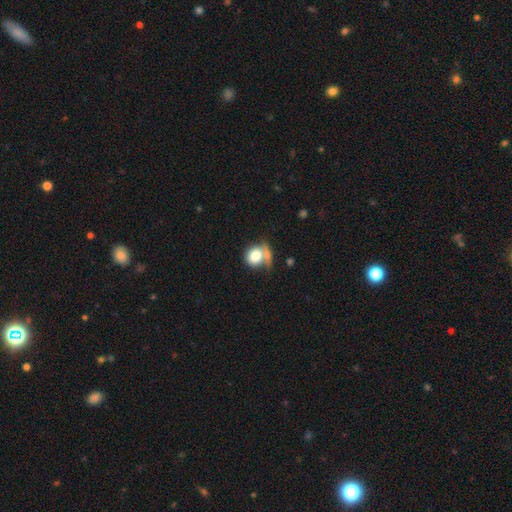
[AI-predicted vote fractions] A smooth galaxy with no disk features (77%) that is round (61%).

Vote fractions:
- Smooth or featured? smooth: 77% / featured or disk: 14% / star or artifact: 8%
- How rounded? round: 61% / in between: 37% / cigar-shaped: 1%
- Merging? merger: 35% / none: 34% / minor disturbance: 16% / major disturbance: 14%